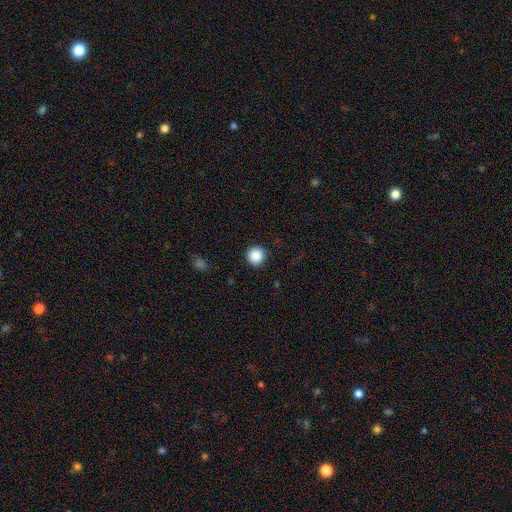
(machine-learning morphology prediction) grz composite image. It shows a smooth galaxy with no disk features (88%) that is round (94%). Merging: none (90%).